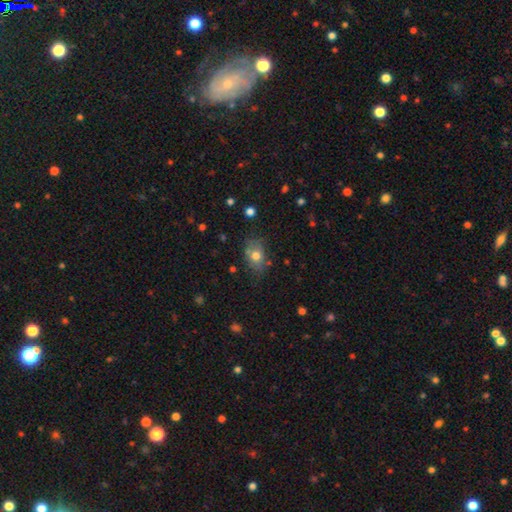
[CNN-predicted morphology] smooth 72%, featured or disk 18%, star or artifact 10%. Down the decision tree: how rounded — in between (68%); merging — none (67%).